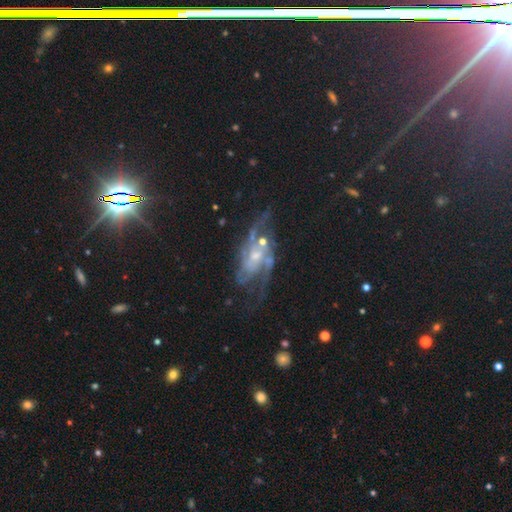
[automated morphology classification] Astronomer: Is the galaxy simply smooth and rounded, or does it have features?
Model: featured or disk — 83%.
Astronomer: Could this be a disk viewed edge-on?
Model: no — 94%.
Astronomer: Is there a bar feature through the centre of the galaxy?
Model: no — 56% (runner-up: weak, 34%).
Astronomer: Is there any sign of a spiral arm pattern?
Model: yes — 87%.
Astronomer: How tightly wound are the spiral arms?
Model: medium — 43% (runner-up: loose, 35%).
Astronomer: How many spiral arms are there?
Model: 2 — 47% (runner-up: can't tell, 24%).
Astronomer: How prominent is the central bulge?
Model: small — 53% (runner-up: moderate, 35%).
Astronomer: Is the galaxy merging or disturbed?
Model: none — 49%.